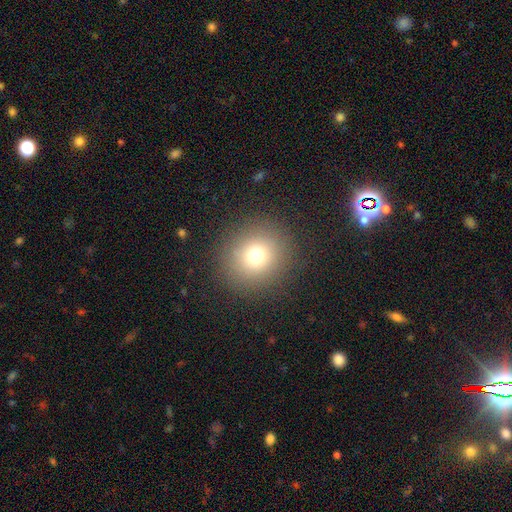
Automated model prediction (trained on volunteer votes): Smooth or featured: smooth — 72% (star or artifact — 18%)
How rounded: round — 90% (in between — 9%)
Merging: none — 89% (minor disturbance — 6%)